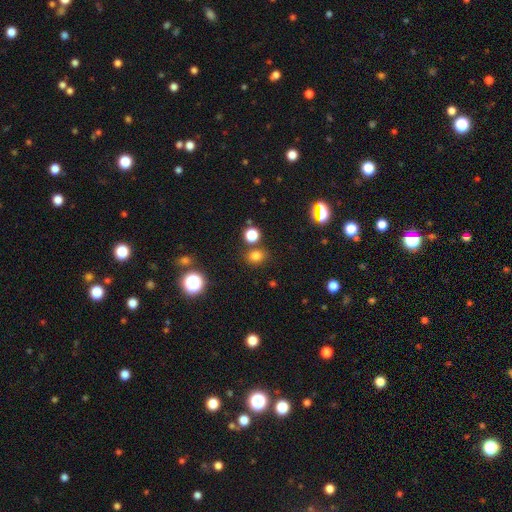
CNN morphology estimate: A smooth galaxy with no disk features (75%) that is round (70%). Merging: none (77%).